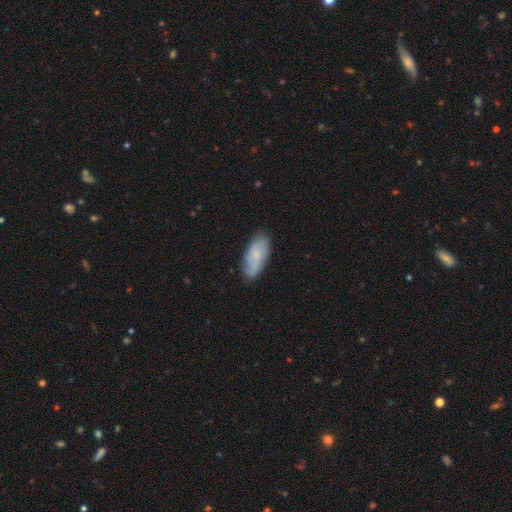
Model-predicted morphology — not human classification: This is possibly a smooth galaxy (56%). How rounded: clearly in between (84%). Merging: likely none (80%).